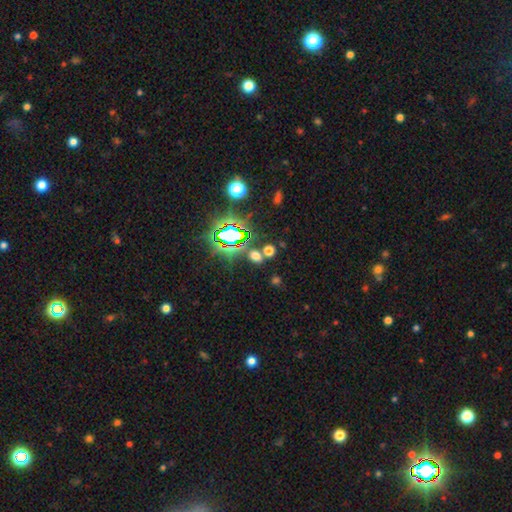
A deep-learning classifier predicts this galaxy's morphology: Smooth or featured?
  - smooth: 49% *
  - star or artifact: 44%
  - featured or disk: 7%
Merging?
  - none: 75% *
  - merger: 11%
  - minor disturbance: 9%
  - major disturbance: 4%